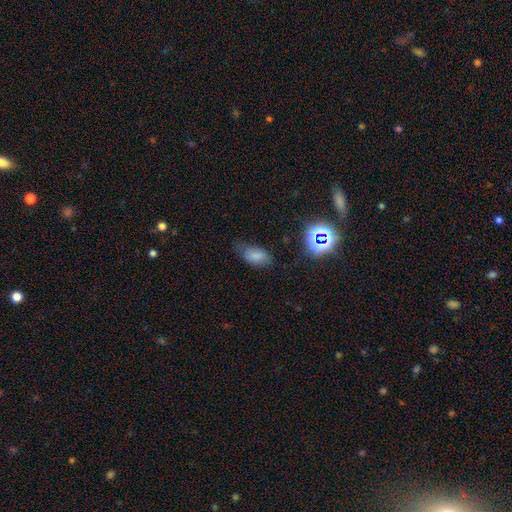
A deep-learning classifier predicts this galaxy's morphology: Q: Smooth or featured?
A: smooth (74%); runner-up: star or artifact (16%)
Q: How rounded?
A: in between (90%); runner-up: round (7%)
Q: Merging?
A: none (61%); runner-up: minor disturbance (28%)